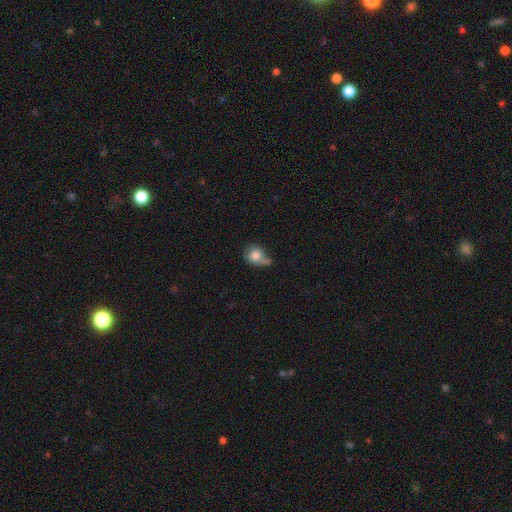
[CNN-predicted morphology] Overall: smooth (78%). How rounded: round (71%). Merging: none (39%; minor disturbance 29%).